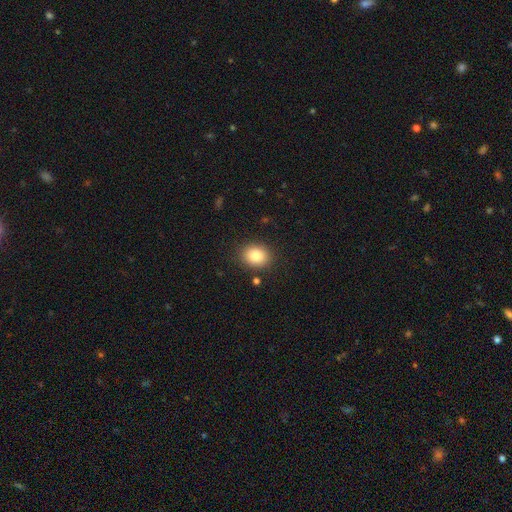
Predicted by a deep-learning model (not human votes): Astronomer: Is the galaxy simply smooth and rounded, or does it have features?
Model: smooth — 85%.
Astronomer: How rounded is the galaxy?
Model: round — 56% (runner-up: in between, 43%).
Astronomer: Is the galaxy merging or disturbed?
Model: none — 87%.